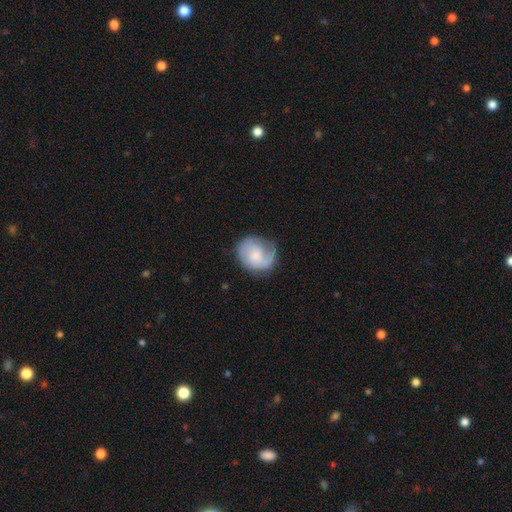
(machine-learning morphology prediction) Smooth or featured: featured or disk — 57% (smooth — 36%)
Edge-on disk: no — 98% (yes — 2%)
Bar: no — 60% (weak — 34%)
Spiral arms: yes — 87% (no — 13%)
Bulge size: moderate — 31% (small — 30%)
Merging: none — 61% (minor disturbance — 23%)